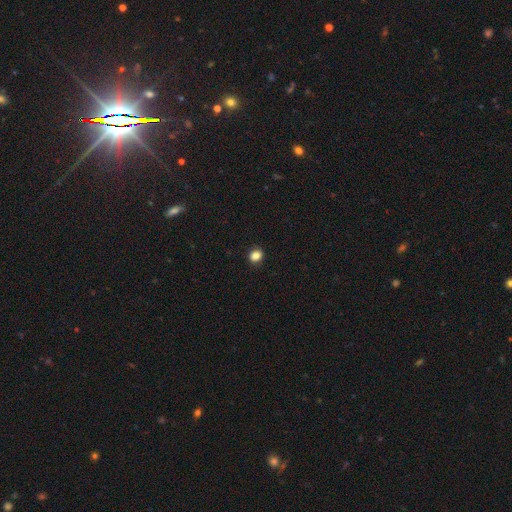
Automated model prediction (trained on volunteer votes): Overall: smooth (86%). How rounded: round (58%; in between 41%). Merging: none (88%).